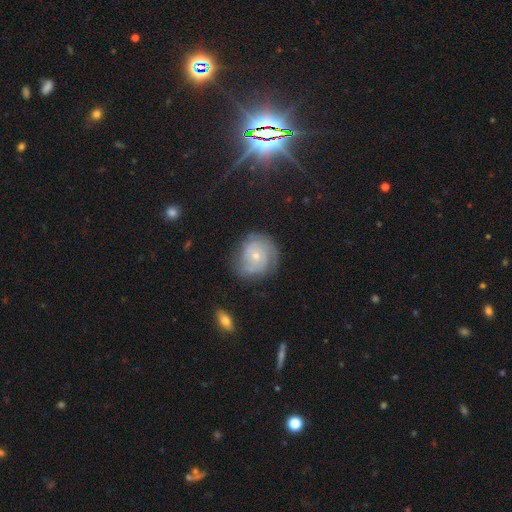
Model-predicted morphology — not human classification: Smooth or featured: featured or disk — 63% (smooth — 28%)
Edge-on disk: no — 97% (yes — 3%)
Bar: no — 80% (weak — 18%)
Spiral arms: yes — 83% (no — 17%)
Spiral winding: tight — 60% (medium — 29%)
Spiral arm count: can't tell — 42% (2 — 29%)
Bulge size: small — 71% (moderate — 25%)
Merging: none — 66% (minor disturbance — 22%)